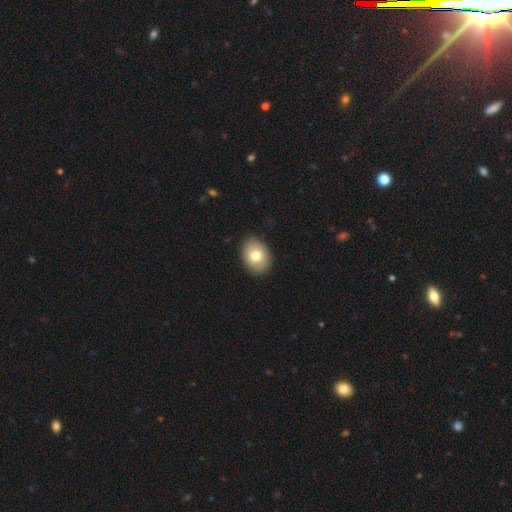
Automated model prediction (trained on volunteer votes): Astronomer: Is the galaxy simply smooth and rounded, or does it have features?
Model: smooth — 78%.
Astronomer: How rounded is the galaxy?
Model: in between — 70%.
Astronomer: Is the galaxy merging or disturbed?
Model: none — 87%.